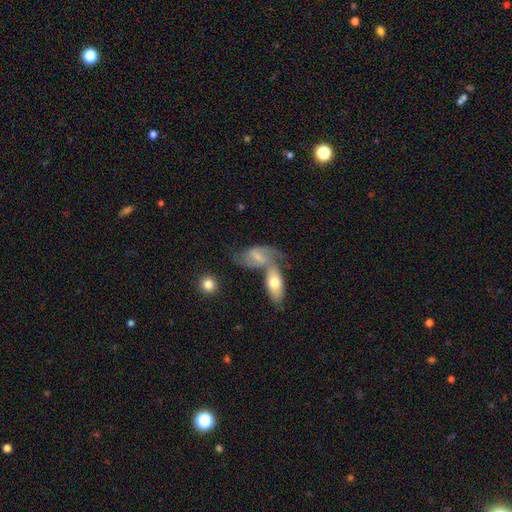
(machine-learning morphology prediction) Smooth or featured? Predicted: featured or disk (p=0.65). Edge-on disk? Predicted: no (p=0.92). Bar? Predicted: weak (p=0.47). Spiral arms? Predicted: yes (p=0.87). Spiral winding? Predicted: loose (p=0.50). Spiral arm count? Predicted: 2 (p=0.84). Bulge size? Predicted: small (p=0.43). Merging? Predicted: merger (p=0.44).